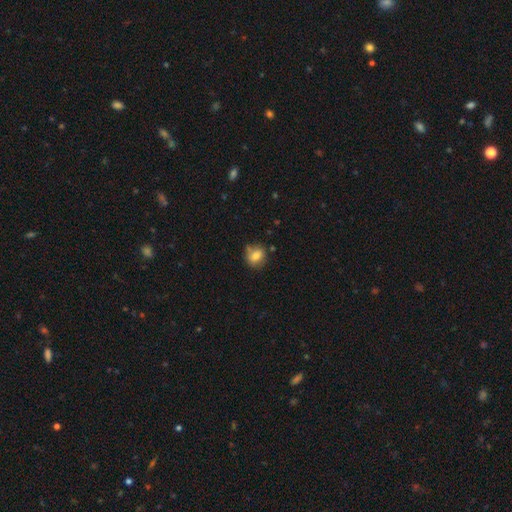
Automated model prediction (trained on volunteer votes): This is likely a smooth galaxy (76%). How rounded: likely round (69%). Merging: likely none (65%).